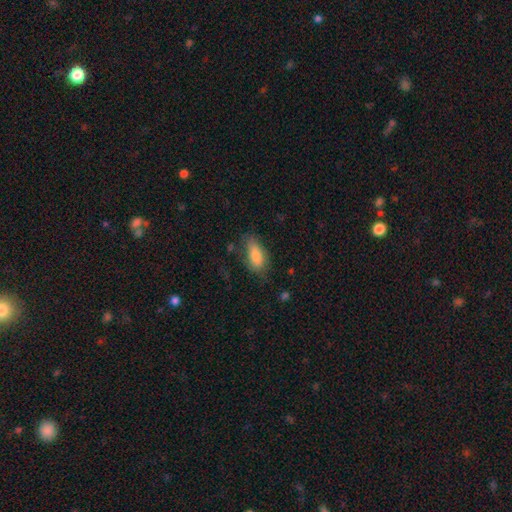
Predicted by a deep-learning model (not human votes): A smooth galaxy with no disk features (81%) that is in between round and cigar-shaped (84%).

Vote fractions:
- Smooth or featured? smooth: 81% / featured or disk: 12% / star or artifact: 7%
- How rounded? in between: 84% / cigar-shaped: 13% / round: 3%
- Merging? none: 65% / minor disturbance: 25% / major disturbance: 8% / merger: 2%